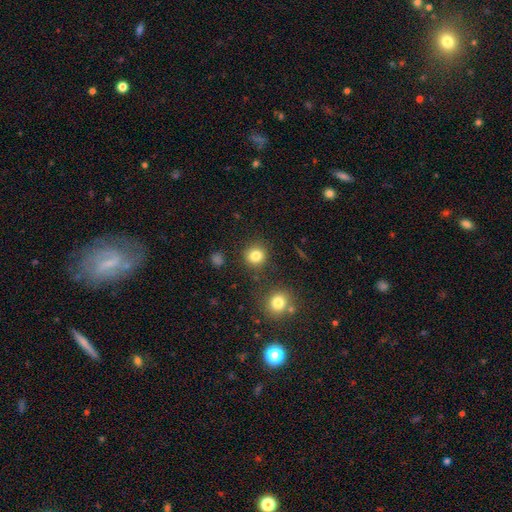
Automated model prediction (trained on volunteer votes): This is clearly a smooth galaxy (82%). How rounded: clearly round (89%). Merging: clearly none (85%).